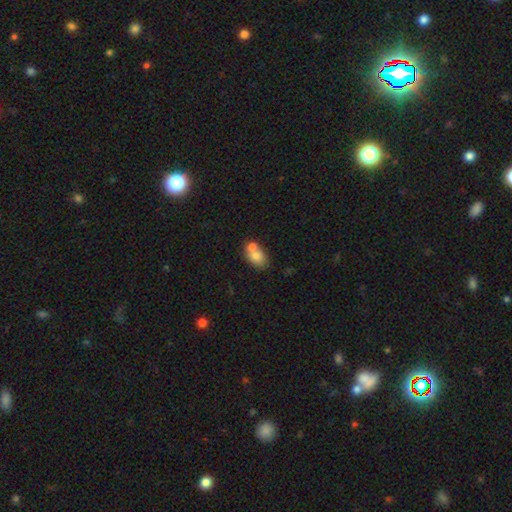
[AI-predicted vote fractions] smooth 75%, featured or disk 16%, star or artifact 9%. Down the decision tree: how rounded — in between (74%); merging — merger (46%).